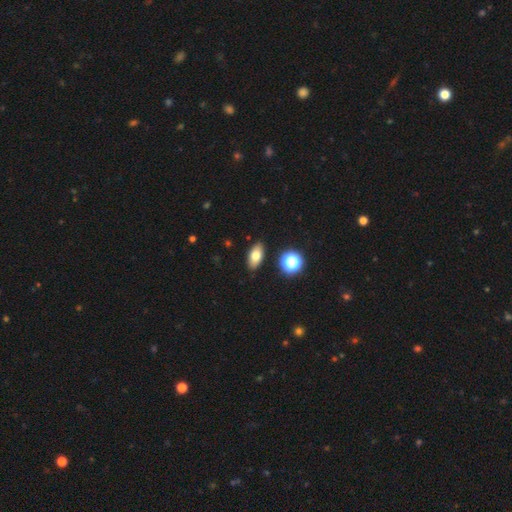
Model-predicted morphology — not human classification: smooth_or_featured: smooth (p=0.75) [alt: featured or disk p=0.14]
how_rounded: in between (p=0.86) [alt: round p=0.08]
merging: none (p=0.88) [alt: minor disturbance p=0.08]